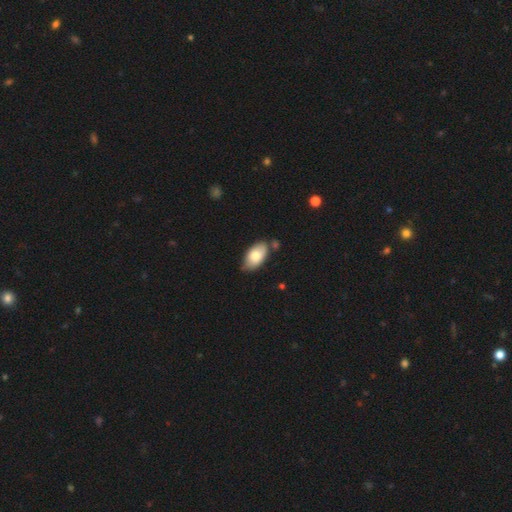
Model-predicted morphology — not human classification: Q: Smooth or featured?
A: smooth (77%); runner-up: featured or disk (17%)
Q: How rounded?
A: in between (95%); runner-up: round (3%)
Q: Merging?
A: none (68%); runner-up: minor disturbance (21%)